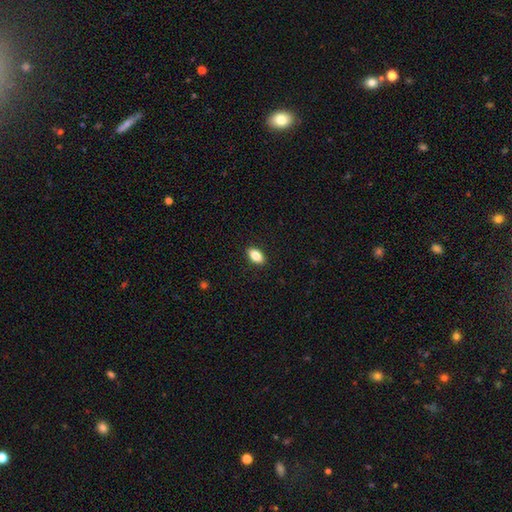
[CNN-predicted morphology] Overall: smooth (84%). How rounded: in between (90%). Merging: none (90%).